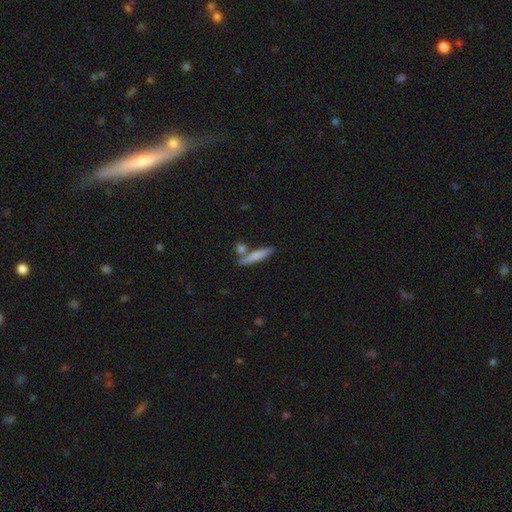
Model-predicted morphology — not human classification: Smooth or featured? smooth (74%)
How rounded? cigar-shaped (88%)
Merging? none (72%)